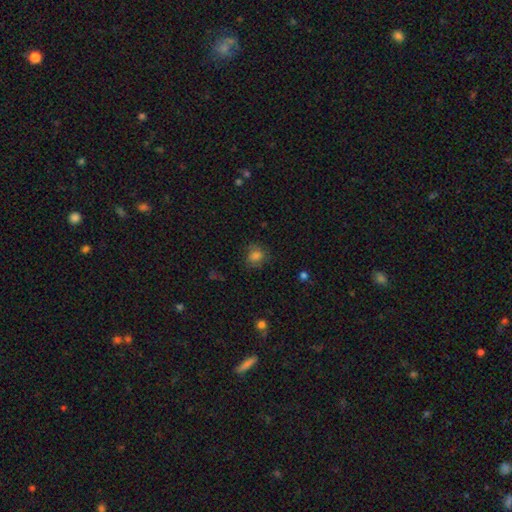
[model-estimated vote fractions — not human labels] A smooth galaxy with no disk features (77%) that is round (71%).

Vote fractions:
- Smooth or featured? smooth: 77% / star or artifact: 12% / featured or disk: 10%
- How rounded? round: 71% / in between: 28% / cigar-shaped: 1%
- Merging? none: 72% / minor disturbance: 19% / major disturbance: 8% / merger: 1%